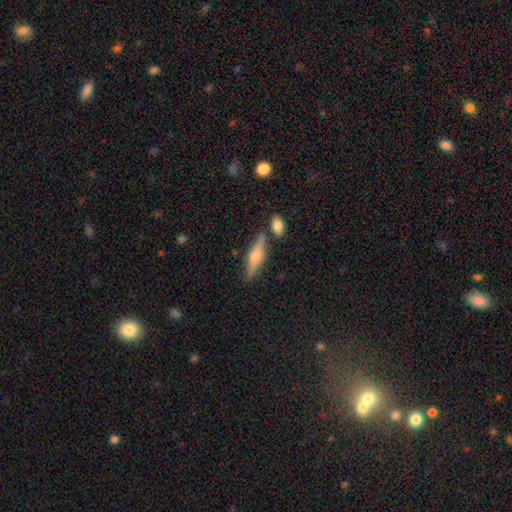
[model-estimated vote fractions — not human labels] Overall: featured or disk (54%; smooth 39%). Edge-on disk: yes (95%). Edge-on bulge: rounded (84%). Merging: none (77%).